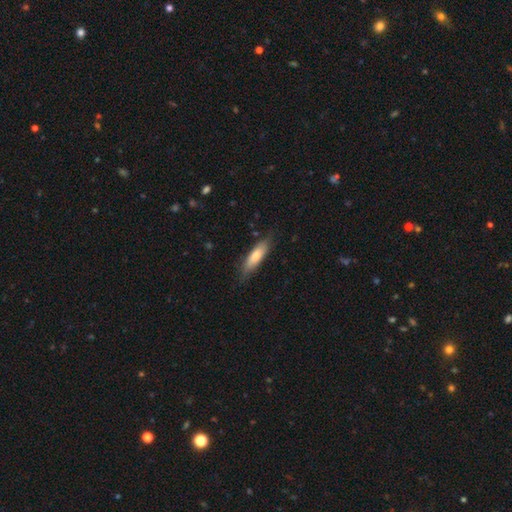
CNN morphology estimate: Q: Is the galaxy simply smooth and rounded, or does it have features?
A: smooth — 69%.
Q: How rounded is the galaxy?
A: cigar-shaped — 57%.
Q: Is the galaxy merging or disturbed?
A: none — 77%.